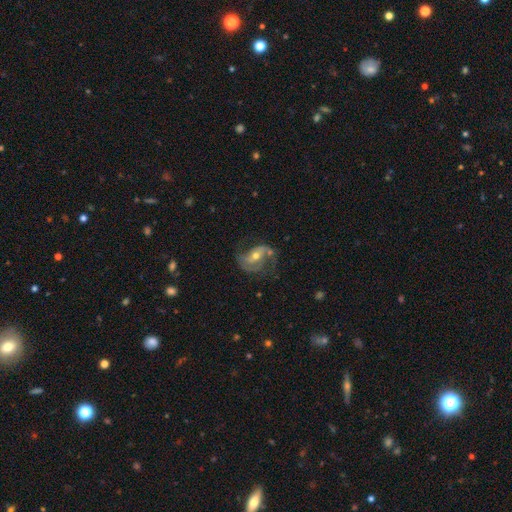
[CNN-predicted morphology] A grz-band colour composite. It shows a featured or disk galaxy (82%) with no bar (40%), 2 (80%) medium (46%) spiral arms (93%) and a moderate central bulge (61%). Merging: none (55%).